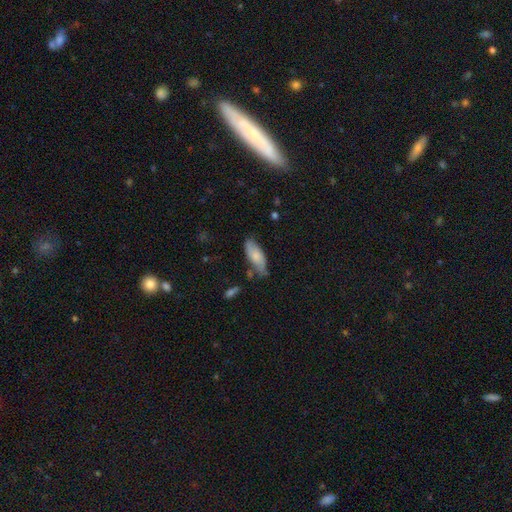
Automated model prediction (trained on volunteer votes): Smooth or featured?
  - smooth: 70% *
  - featured or disk: 24%
  - star or artifact: 6%
How rounded?
  - in between: 80% *
  - cigar-shaped: 19%
  - round: 2%
Merging?
  - none: 61% *
  - minor disturbance: 28%
  - major disturbance: 6%
  - merger: 5%